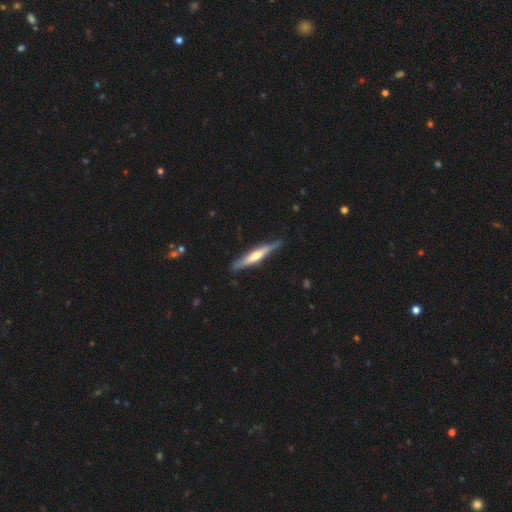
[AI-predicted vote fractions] The model was most divided on "smooth or featured": featured or disk: 56%, smooth: 39%, star or artifact: 5%. More confident: edge-on disk — yes (95%); merging — none (84%); edge-on bulge — rounded (59%).